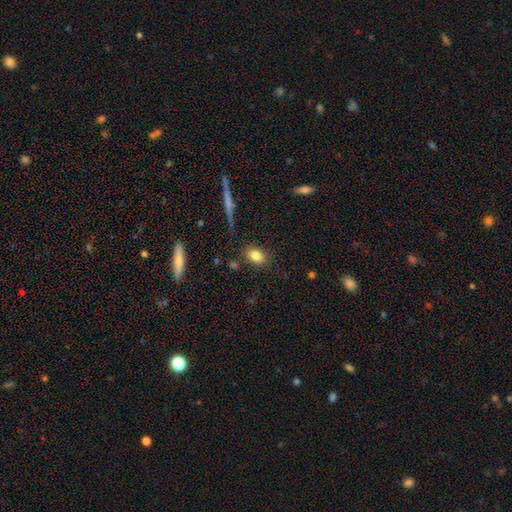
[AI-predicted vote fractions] This appears to be a smooth galaxy with no disk features (82%) that is in between round and cigar-shaped (72%). Merging: none (83%).